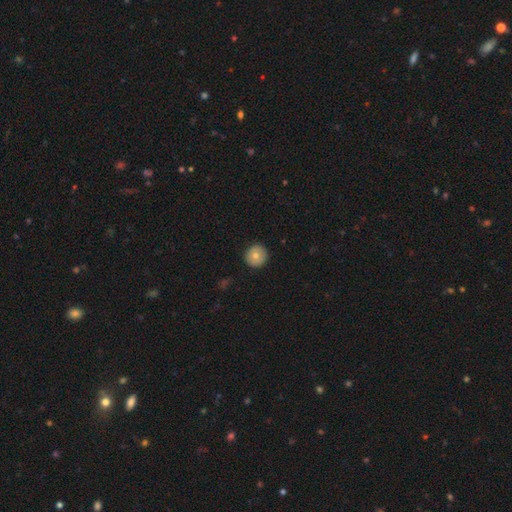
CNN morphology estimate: smooth_or_featured: smooth (p=0.76) [alt: featured or disk p=0.17]
how_rounded: round (p=0.94) [alt: in between p=0.05]
merging: none (p=0.91) [alt: minor disturbance p=0.06]